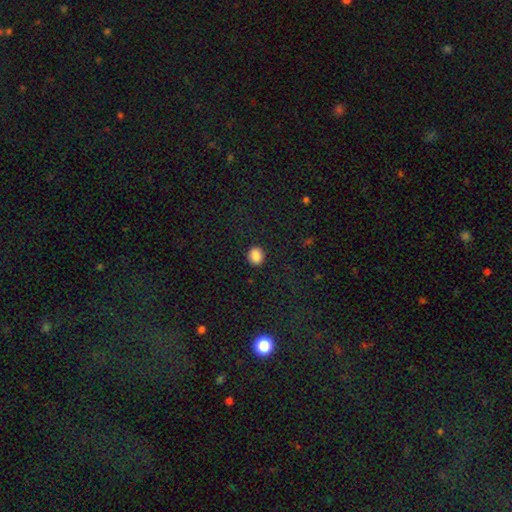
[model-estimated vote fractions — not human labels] A smooth galaxy with no disk features (87%) that is round (69%).

Vote fractions:
- Smooth or featured? smooth: 87% / star or artifact: 9% / featured or disk: 4%
- How rounded? round: 69% / in between: 30% / cigar-shaped: 1%
- Merging? none: 90% / minor disturbance: 7% / major disturbance: 2% / merger: 1%